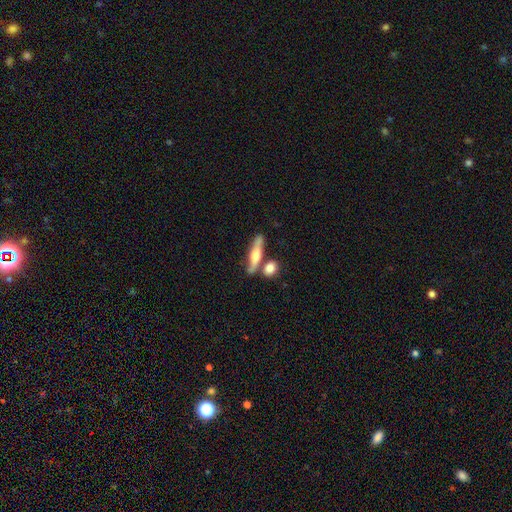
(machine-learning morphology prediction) This is possibly a smooth galaxy (49%). Merging: likely none (62%).